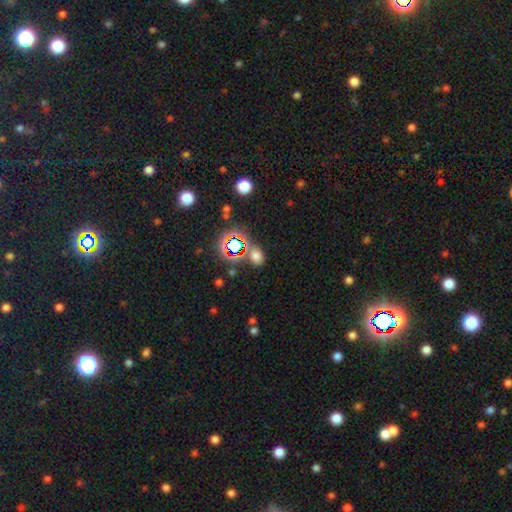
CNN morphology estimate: type=smooth (58%); roundness=in between (62%); merging=none (70%).